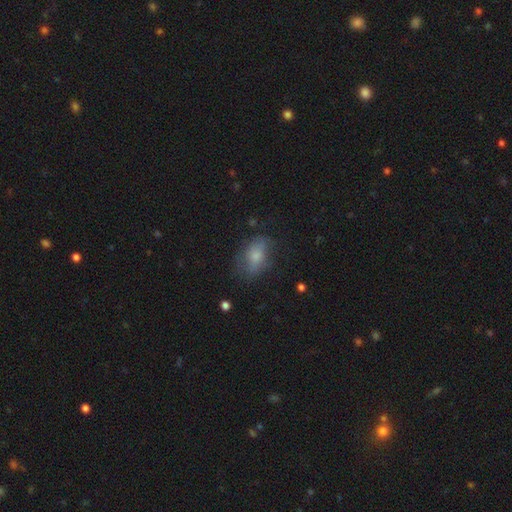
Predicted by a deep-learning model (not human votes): smooth_or_featured: smooth (p=0.68) [alt: featured or disk p=0.22]
how_rounded: in between (p=0.84) [alt: round p=0.13]
merging: none (p=0.58) [alt: minor disturbance p=0.26]